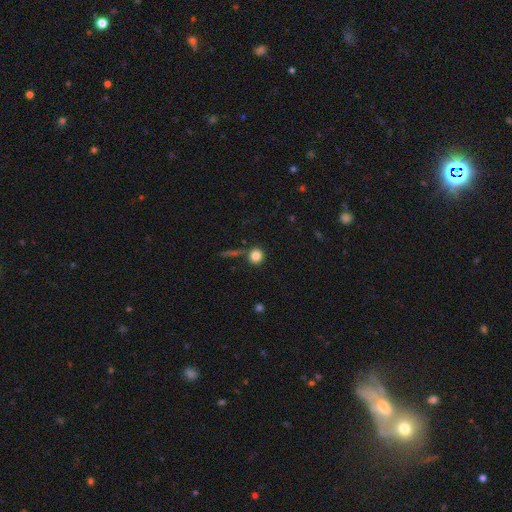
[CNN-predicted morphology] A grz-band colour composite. It shows a smooth galaxy with no disk features (83%) that is round (91%). Merging: none (78%).